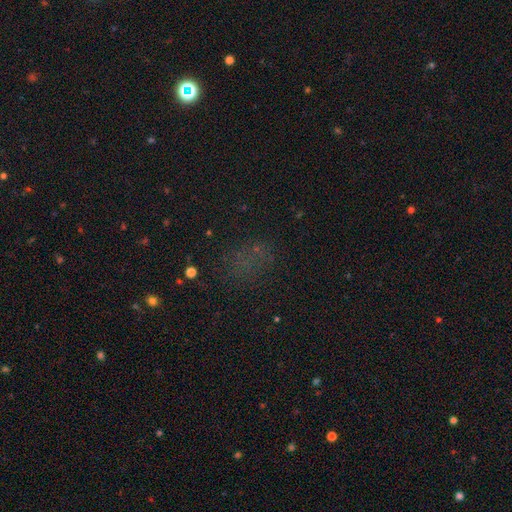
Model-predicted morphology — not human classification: smooth_or_featured: star or artifact (p=0.43) [tied with: smooth p=0.43]